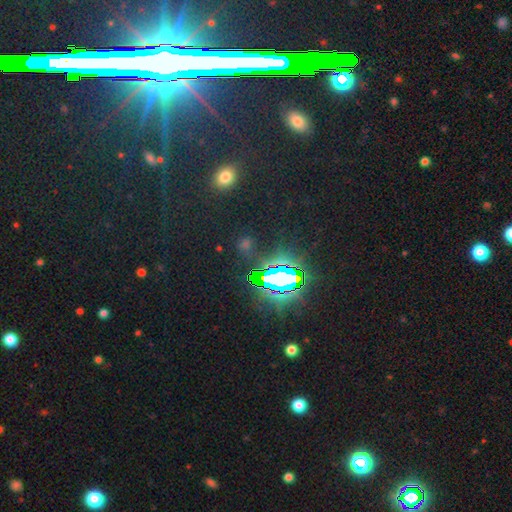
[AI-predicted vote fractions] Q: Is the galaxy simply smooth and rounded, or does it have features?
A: star or artifact — 80%.